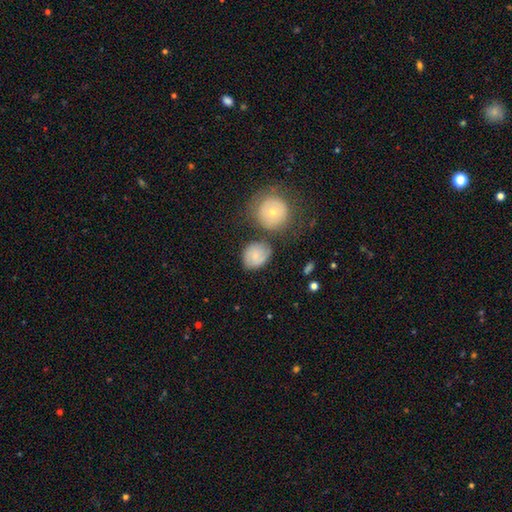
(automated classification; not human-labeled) Smooth or featured? Predicted: smooth (p=0.64). How rounded? Predicted: round (p=0.66). Merging? Predicted: none (p=0.63).